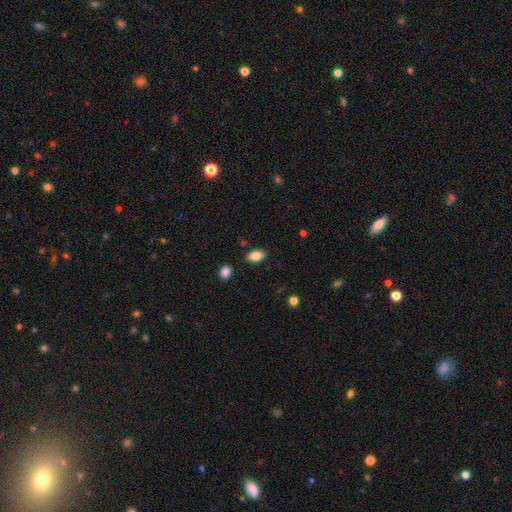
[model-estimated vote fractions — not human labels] Morphology: type=smooth (83%); roundness=in between (90%); merging=none (85%).